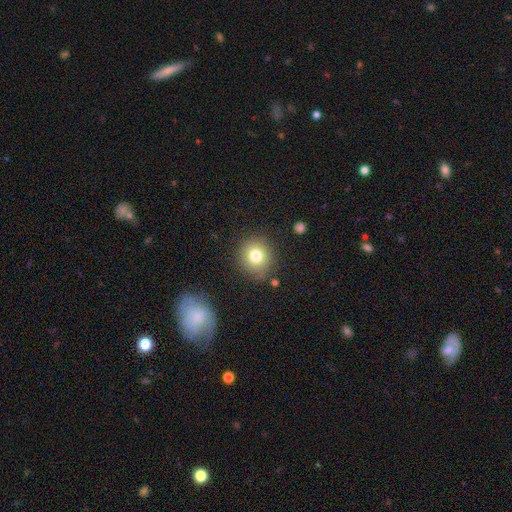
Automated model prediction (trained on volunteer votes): smooth_or_featured: smooth (p=0.79) [alt: star or artifact p=0.11]
how_rounded: round (p=0.86) [alt: in between p=0.13]
merging: none (p=0.84) [alt: minor disturbance p=0.10]